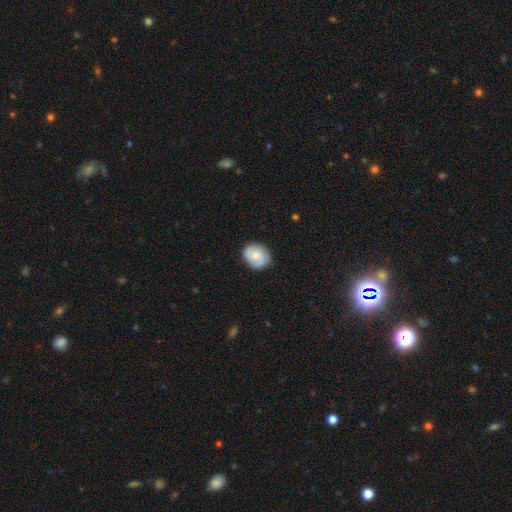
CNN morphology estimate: A smooth galaxy with no disk features (47%). Merging: none (83%).